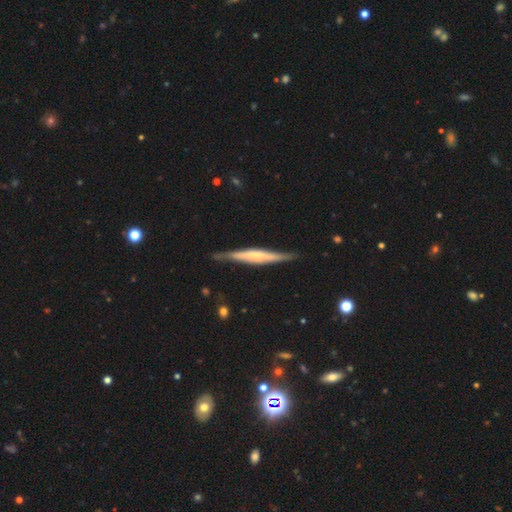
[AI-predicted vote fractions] featured or disk 70%, smooth 24%, star or artifact 6%. Down the decision tree: edge-on disk — yes (96%); edge-on bulge — rounded (45%); merging — none (83%).